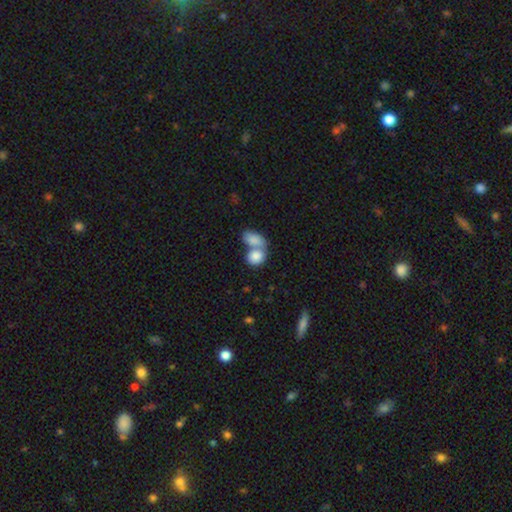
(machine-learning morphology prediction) A smooth galaxy with no disk features (84%) that is in between round and cigar-shaped (66%). Merging: merger (67%).